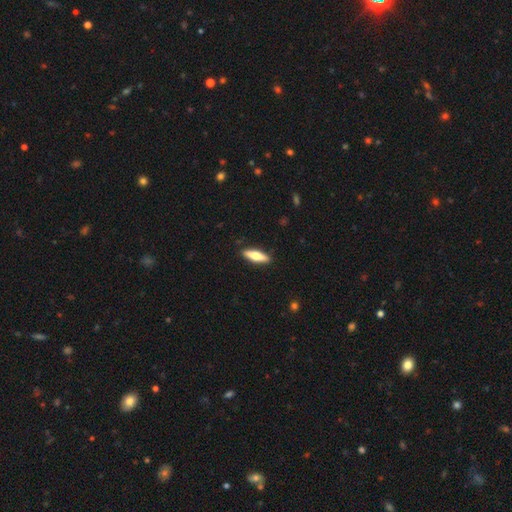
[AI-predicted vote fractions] Morphology: type=smooth (60%); roundness=cigar-shaped (62%); merging=none (90%).